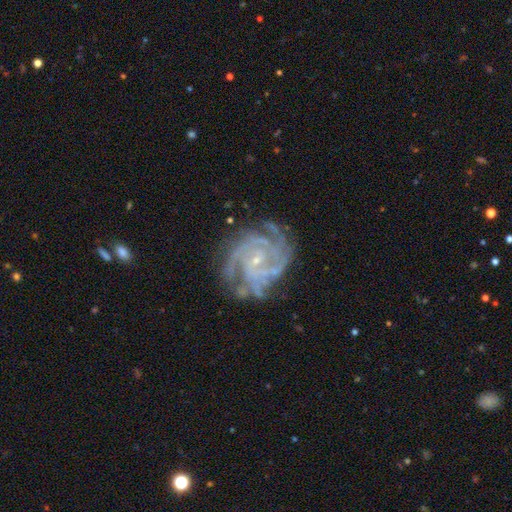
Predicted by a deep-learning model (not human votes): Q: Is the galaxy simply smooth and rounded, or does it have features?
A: featured or disk — 87%.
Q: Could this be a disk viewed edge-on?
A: no — 98%.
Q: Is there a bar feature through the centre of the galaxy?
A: no — 57%.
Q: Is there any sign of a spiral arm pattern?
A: yes — 98%.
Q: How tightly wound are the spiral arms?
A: tight — 67%.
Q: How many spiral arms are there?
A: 3 — 25%.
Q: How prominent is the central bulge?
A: small — 80%.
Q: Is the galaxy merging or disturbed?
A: none — 76%.